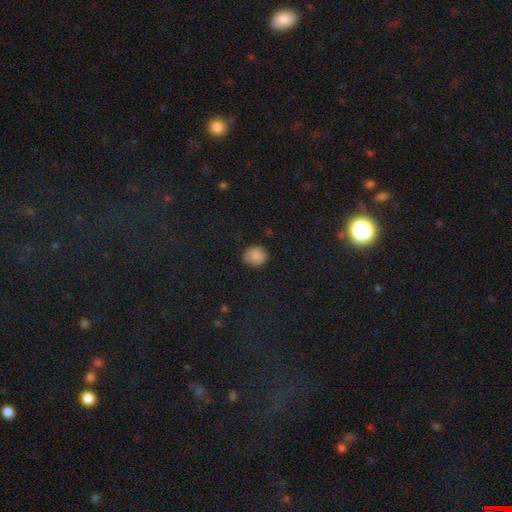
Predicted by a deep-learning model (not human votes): Q: Smooth or featured?
A: smooth (83%); runner-up: star or artifact (10%)
Q: How rounded?
A: round (74%); runner-up: in between (25%)
Q: Merging?
A: none (81%); runner-up: minor disturbance (15%)